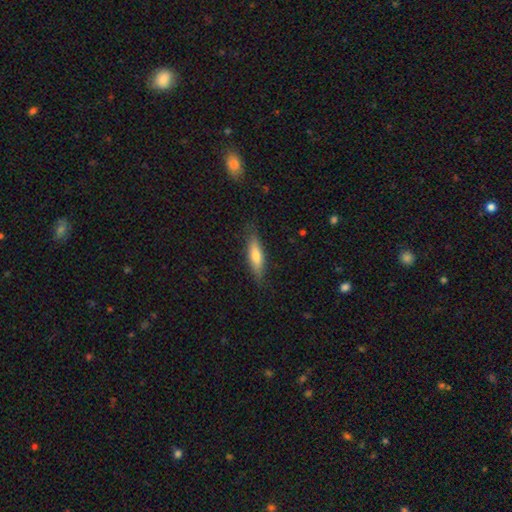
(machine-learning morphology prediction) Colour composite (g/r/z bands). It shows a smooth galaxy with no disk features (65%) that is cigar-shaped (63%). Merging: none (82%).